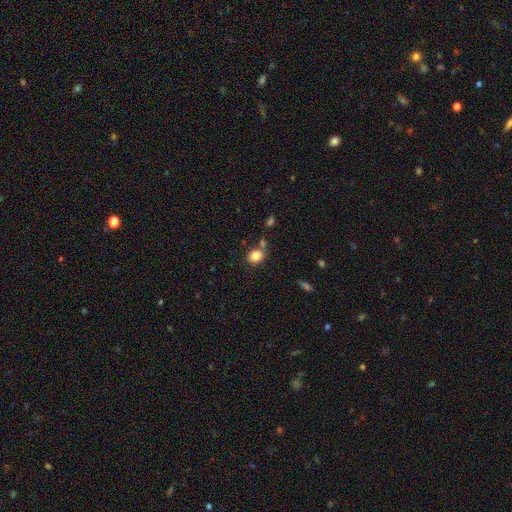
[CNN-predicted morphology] Smooth or featured?
  - smooth: 82% *
  - star or artifact: 10%
  - featured or disk: 8%
How rounded?
  - in between: 51% *
  - round: 48%
  - cigar-shaped: 1%
Merging?
  - none: 70% *
  - merger: 14%
  - minor disturbance: 13%
  - major disturbance: 3%